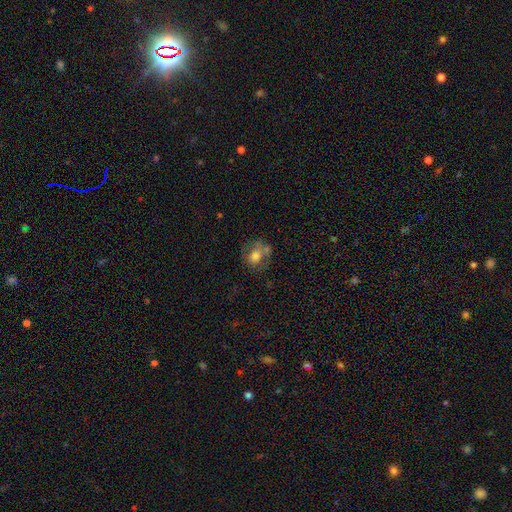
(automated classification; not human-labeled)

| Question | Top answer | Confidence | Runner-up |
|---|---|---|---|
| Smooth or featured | smooth | 57% | featured or disk (32%) |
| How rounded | round | 61% | in between (38%) |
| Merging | none | 46% | minor disturbance (22%) |